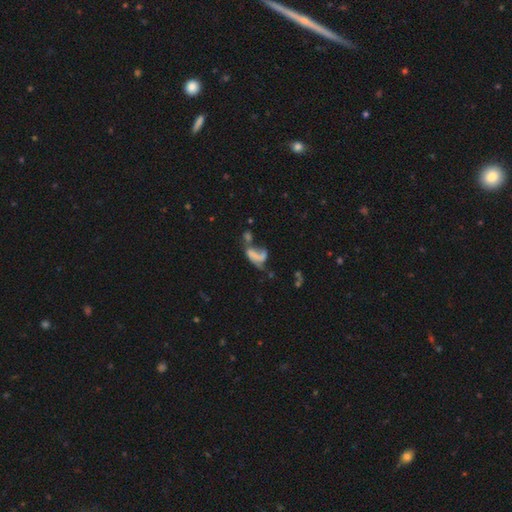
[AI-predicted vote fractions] Smooth or featured? smooth (45%)
Merging? merger (39%)